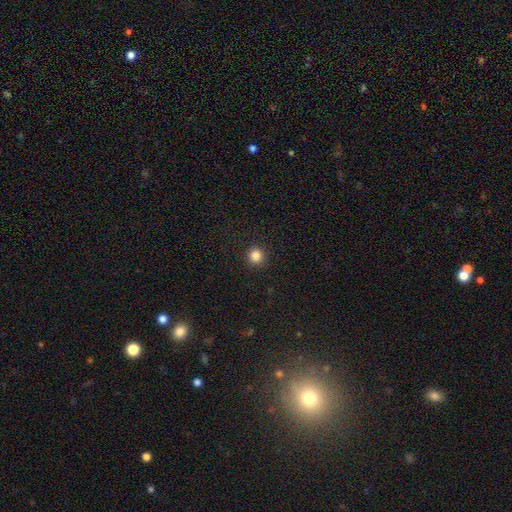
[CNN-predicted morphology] This appears to be a smooth galaxy with no disk features (85%) that is round (94%). Merging: none (92%).